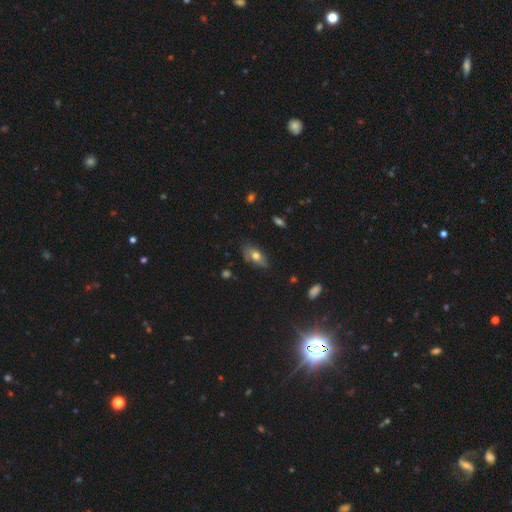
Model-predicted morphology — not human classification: smooth-or-featured: smooth: 65% | featured or disk: 26% | star or artifact: 10%
  how-rounded: in between: 83% | cigar-shaped: 11% | round: 6%
  merging: none: 67% | minor disturbance: 25% | major disturbance: 5% | merger: 2%